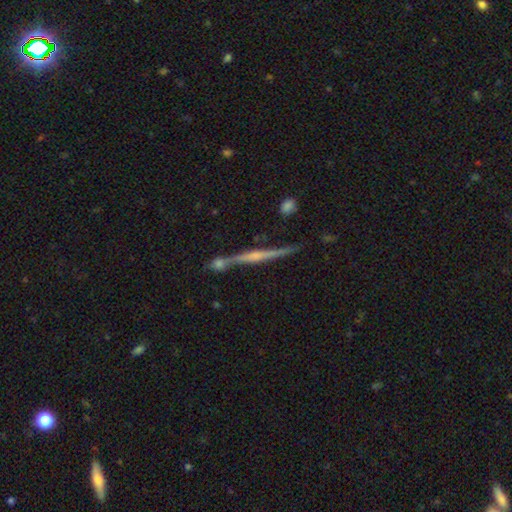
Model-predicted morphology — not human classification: featured or disk 76%, smooth 16%, star or artifact 8%. Down the decision tree: edge-on disk — yes (96%); edge-on bulge — rounded (54%); merging — none (70%).